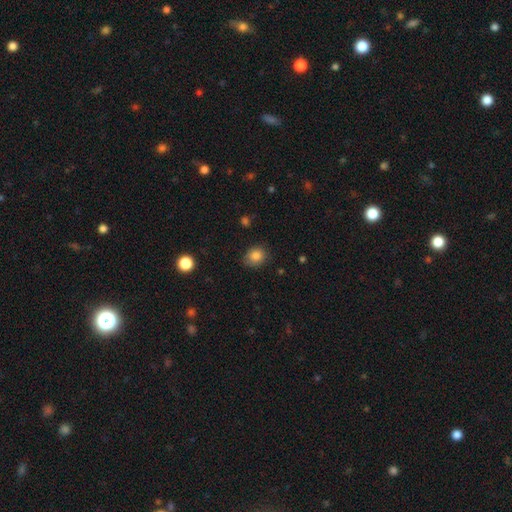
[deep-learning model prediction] This appears to be a smooth galaxy with no disk features (85%) that is round (64%). Merging: none (78%).